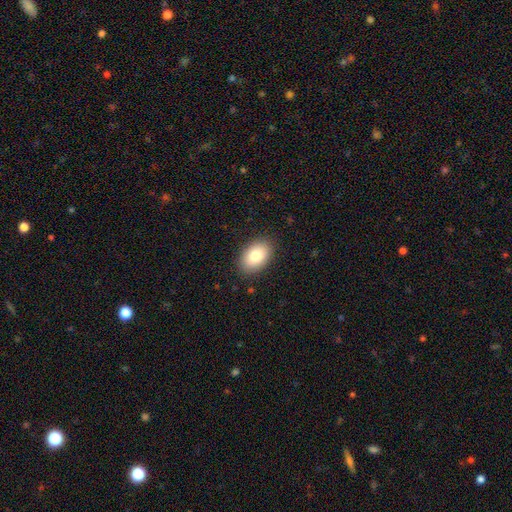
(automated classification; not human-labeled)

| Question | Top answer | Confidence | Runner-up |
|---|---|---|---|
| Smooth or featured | smooth | 84% | featured or disk (9%) |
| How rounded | in between | 90% | round (9%) |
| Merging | none | 87% | minor disturbance (10%) |